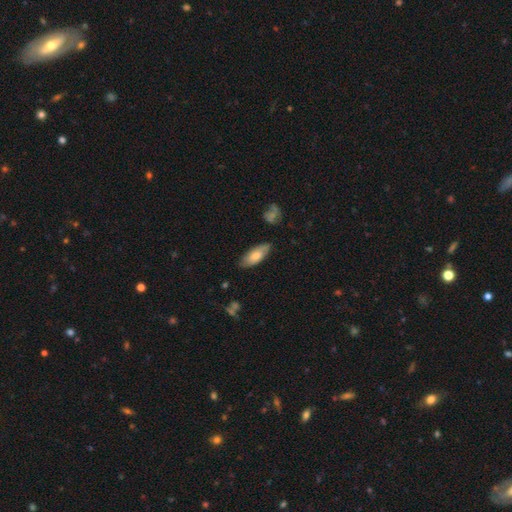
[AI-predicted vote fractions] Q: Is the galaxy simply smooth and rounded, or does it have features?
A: smooth — 72%.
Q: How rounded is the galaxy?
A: in between — 80%.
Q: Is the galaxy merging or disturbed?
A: none — 78%.